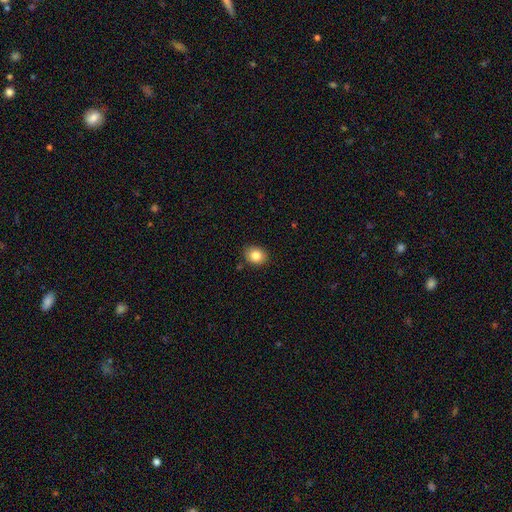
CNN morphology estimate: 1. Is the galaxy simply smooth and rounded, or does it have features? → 84% smooth, 9% star or artifact, 7% featured or disk.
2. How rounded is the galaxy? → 58% round, 41% in between, 1% cigar-shaped.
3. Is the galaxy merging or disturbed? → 88% none, 8% minor disturbance, 2% major disturbance, 2% merger.